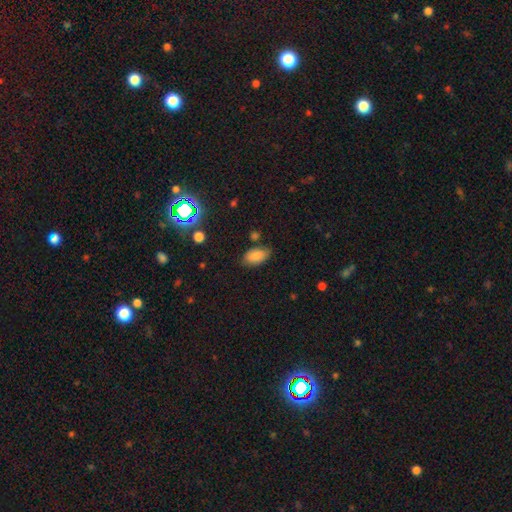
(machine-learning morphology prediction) The model was most divided on "merging": none: 73%, minor disturbance: 19%, major disturbance: 4%, merger: 3%. More confident: how rounded — in between (93%); smooth or featured — smooth (82%).